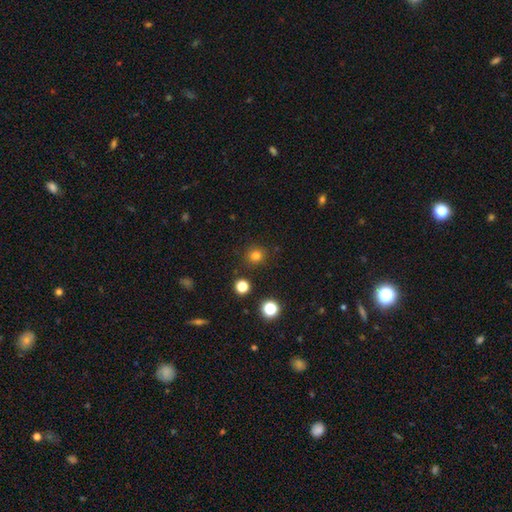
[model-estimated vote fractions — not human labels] Morphology: type=smooth (80%); roundness=round (90%); merging=none (89%).